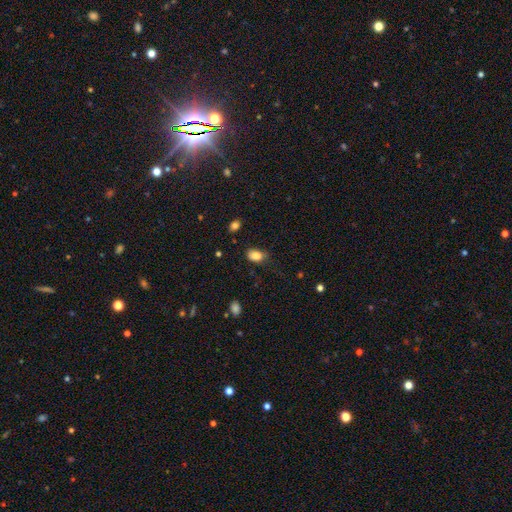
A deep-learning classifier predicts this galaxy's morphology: smooth-or-featured: smooth: 84% | star or artifact: 9% | featured or disk: 6%
  how-rounded: in between: 80% | round: 19% | cigar-shaped: 1%
  merging: none: 62% | minor disturbance: 28% | major disturbance: 8% | merger: 2%